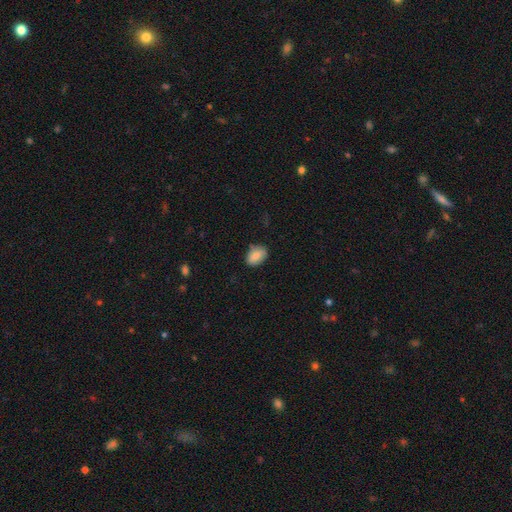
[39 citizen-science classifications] Smooth or featured: smooth — 82% (featured or disk — 13%)
How rounded: in between — 94% (round — 6%)
Merging: none — 92% (minor disturbance — 5%)